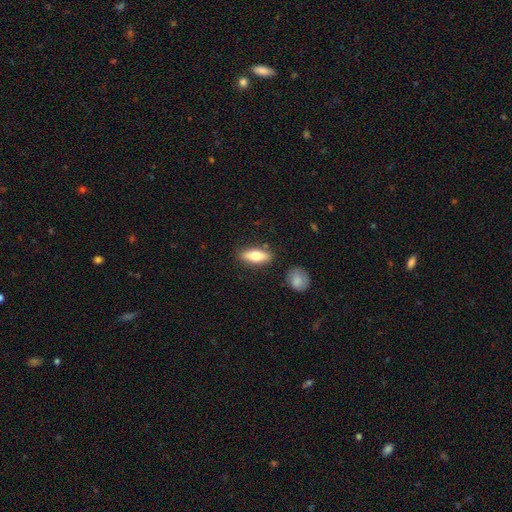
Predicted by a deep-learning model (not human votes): Smooth or featured? smooth (71%)
How rounded? in between (71%)
Merging? none (83%)